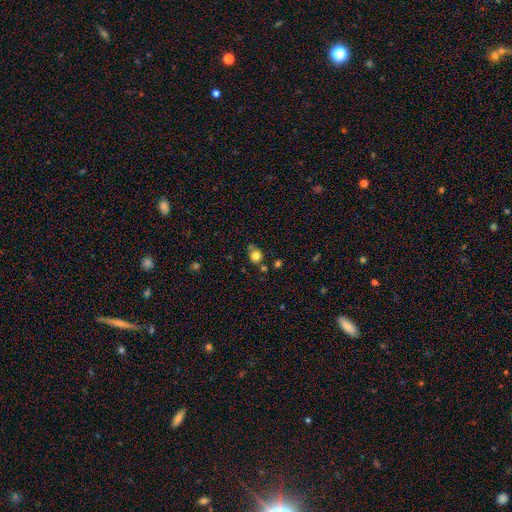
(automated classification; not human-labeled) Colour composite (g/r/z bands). It shows a smooth galaxy with no disk features (79%) that is round (79%). Merging: none (67%).